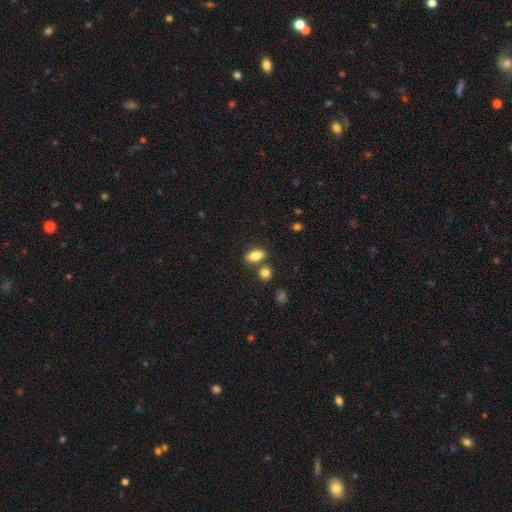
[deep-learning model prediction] smooth_or_featured: smooth (p=0.82) [alt: featured or disk p=0.10]
how_rounded: in between (p=0.87) [alt: round p=0.08]
merging: none (p=0.72) [alt: merger p=0.15]